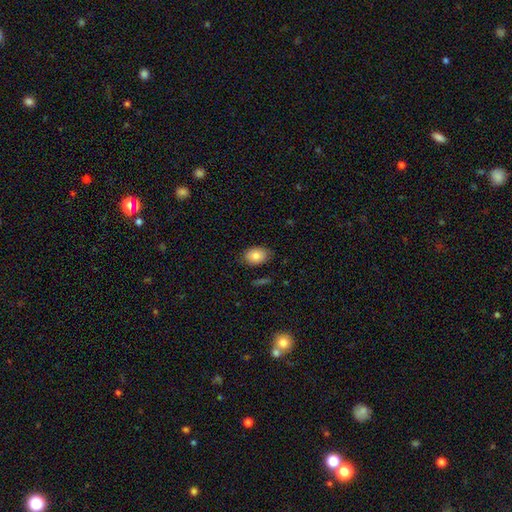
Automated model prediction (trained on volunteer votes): A smooth galaxy with no disk features (80%) that is in between round and cigar-shaped (79%).

Vote fractions:
- Smooth or featured? smooth: 80% / featured or disk: 12% / star or artifact: 8%
- How rounded? in between: 79% / round: 20% / cigar-shaped: 1%
- Merging? none: 81% / minor disturbance: 15% / major disturbance: 3% / merger: 1%